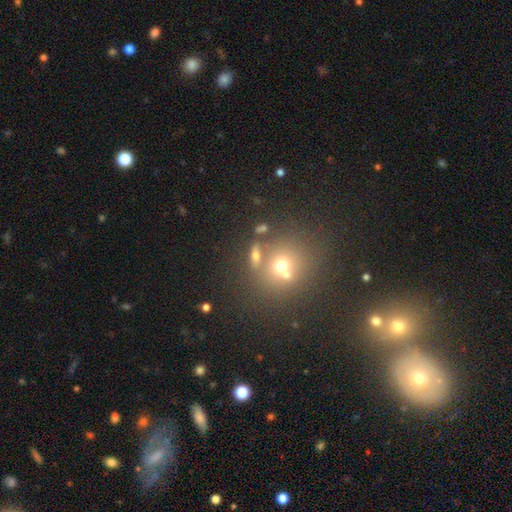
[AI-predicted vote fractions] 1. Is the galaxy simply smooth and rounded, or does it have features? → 58% smooth, 21% featured or disk, 20% star or artifact.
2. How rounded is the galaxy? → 47% round, 40% in between, 13% cigar-shaped.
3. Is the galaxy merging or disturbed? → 59% none, 24% merger, 11% minor disturbance, 6% major disturbance.